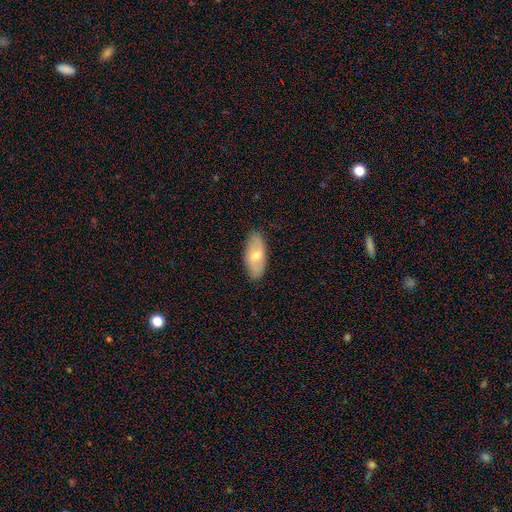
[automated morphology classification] Smooth or featured?
  - smooth: 57% *
  - featured or disk: 37%
  - star or artifact: 6%
How rounded?
  - in between: 87% *
  - cigar-shaped: 9%
  - round: 3%
Merging?
  - none: 85% *
  - minor disturbance: 12%
  - major disturbance: 2%
  - merger: 1%